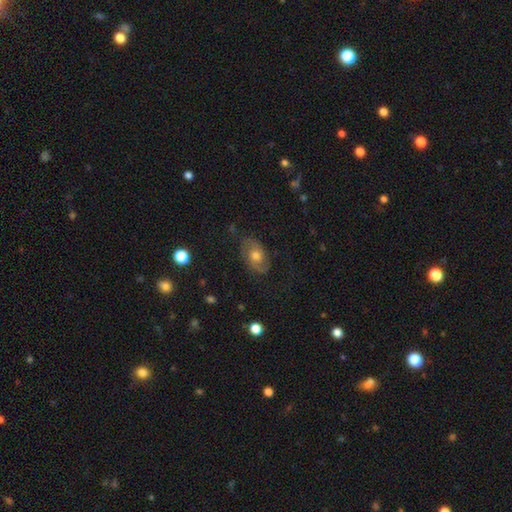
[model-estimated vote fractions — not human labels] featured or disk 55%, smooth 35%, star or artifact 10%. Down the decision tree: edge-on disk — no (94%); bar — no (77%); spiral arms — yes (79%); bulge size — moderate (71%); merging — none (73%).